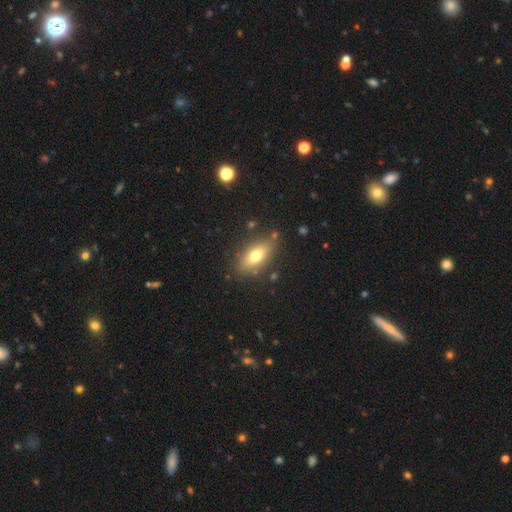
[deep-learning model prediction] Smooth or featured: smooth — 69% (featured or disk — 22%)
How rounded: in between — 81% (cigar-shaped — 14%)
Merging: none — 82% (minor disturbance — 12%)